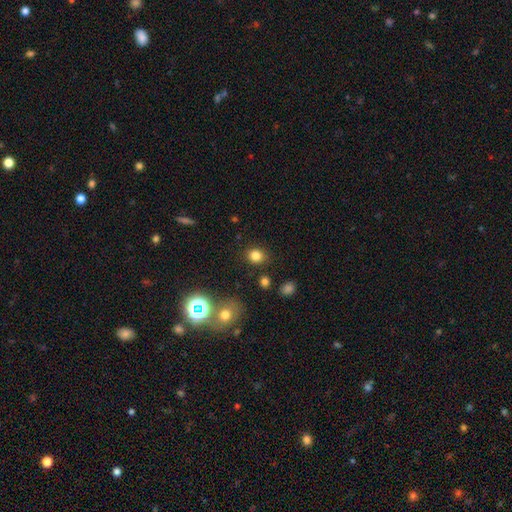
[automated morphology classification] Smooth or featured? Predicted: smooth (p=0.80). How rounded? Predicted: round (p=0.74). Merging? Predicted: none (p=0.85).